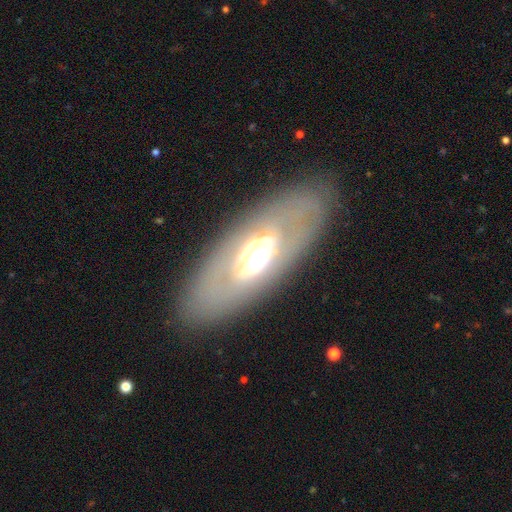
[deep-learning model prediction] featured or disk 64%, smooth 28%, star or artifact 8%. Down the decision tree: edge-on disk — no (74%); merging — none (79%).